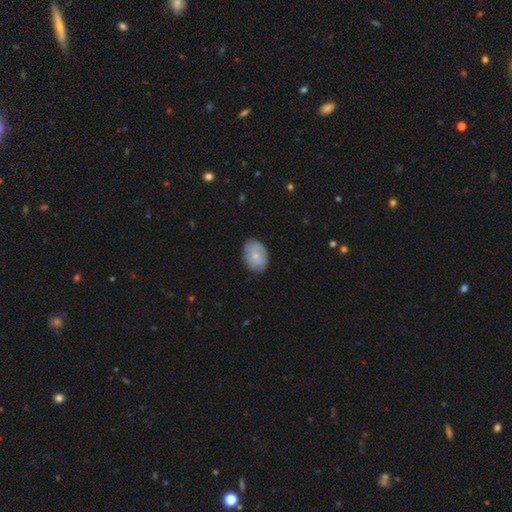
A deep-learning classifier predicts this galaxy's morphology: Smooth or featured? smooth (61%)
How rounded? in between (78%)
Merging? none (79%)